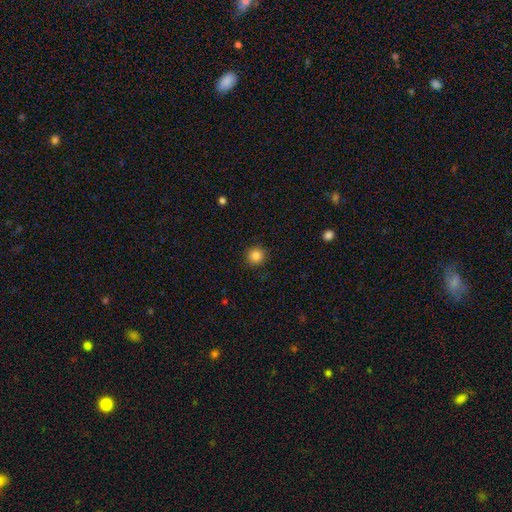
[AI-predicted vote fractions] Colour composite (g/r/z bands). It shows a smooth galaxy with no disk features (85%) that is round (93%). Merging: none (91%).